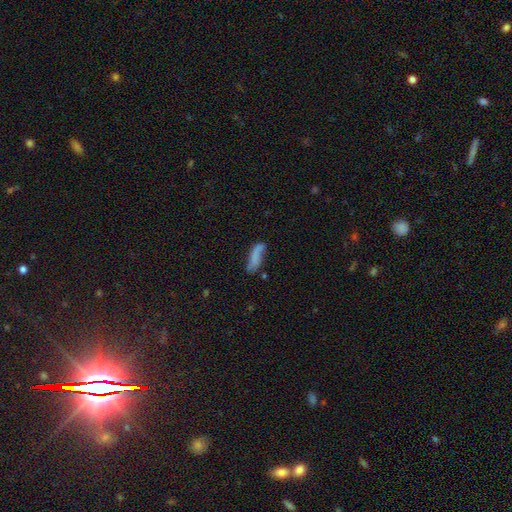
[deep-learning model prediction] This appears to be a smooth galaxy with no disk features (70%) that is cigar-shaped (56%). Merging: none (53%).